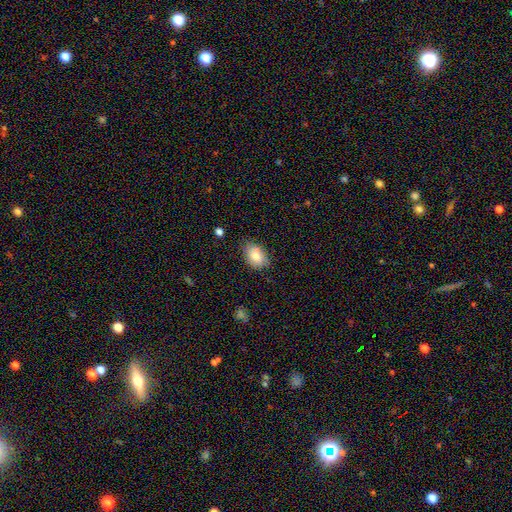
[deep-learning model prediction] Morphology: type=smooth (83%); roundness=in between (85%); merging=none (79%).